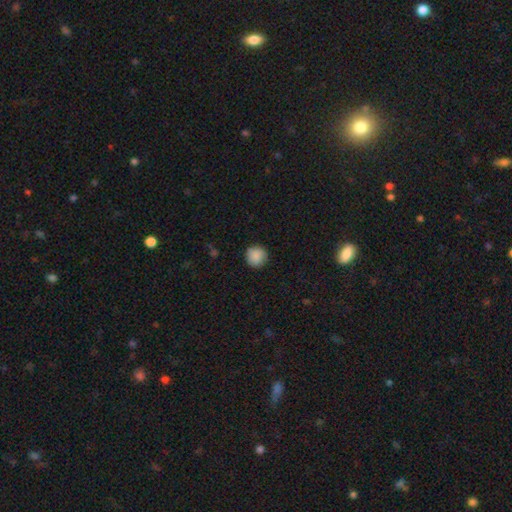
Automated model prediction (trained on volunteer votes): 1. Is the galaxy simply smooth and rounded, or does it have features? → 89% smooth, 8% star or artifact, 3% featured or disk.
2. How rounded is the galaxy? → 95% round, 5% in between, 1% cigar-shaped.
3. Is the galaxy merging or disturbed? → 90% none, 7% minor disturbance, 2% major disturbance, 1% merger.